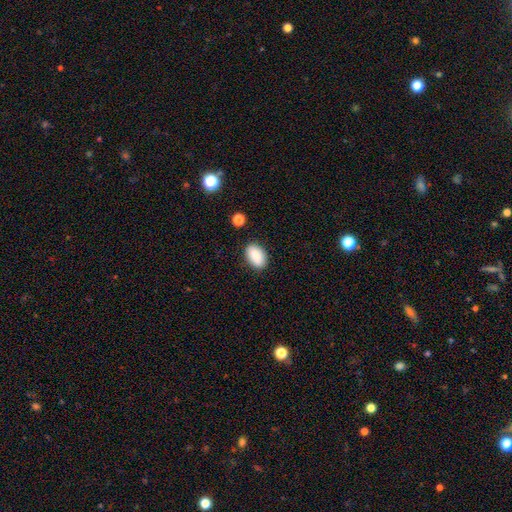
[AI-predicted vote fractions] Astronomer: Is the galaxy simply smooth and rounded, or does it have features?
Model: smooth — 89%.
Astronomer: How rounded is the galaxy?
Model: in between — 92%.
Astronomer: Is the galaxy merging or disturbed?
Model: none — 86%.